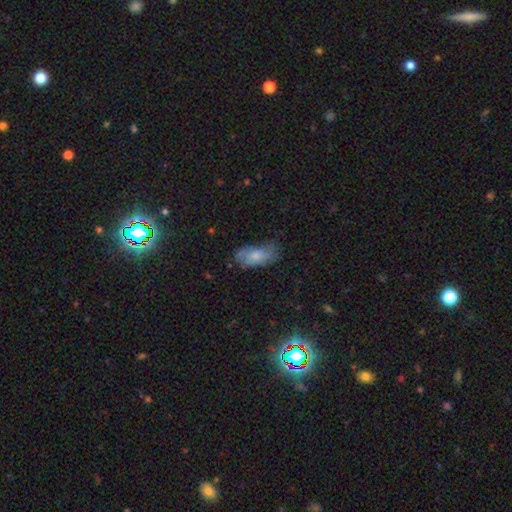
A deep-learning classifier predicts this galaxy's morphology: Smooth or featured? Predicted: smooth (p=0.67). How rounded? Predicted: in between (p=0.89). Merging? Predicted: none (p=0.57).